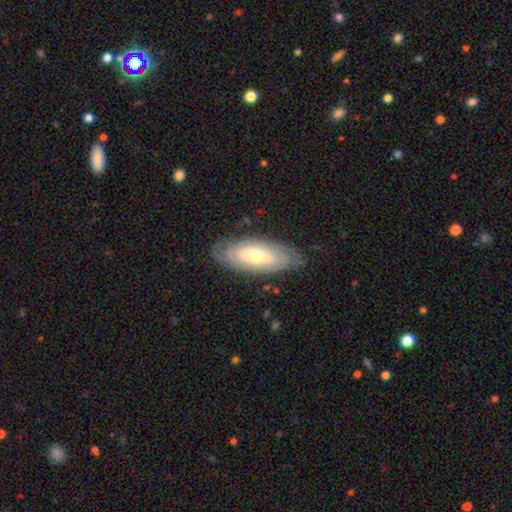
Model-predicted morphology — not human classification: Smooth or featured?
  - featured or disk: 51% *
  - smooth: 43%
  - star or artifact: 6%
Edge-on disk?
  - no: 80% *
  - yes: 20%
Merging?
  - none: 80% *
  - minor disturbance: 15%
  - major disturbance: 4%
  - merger: 1%